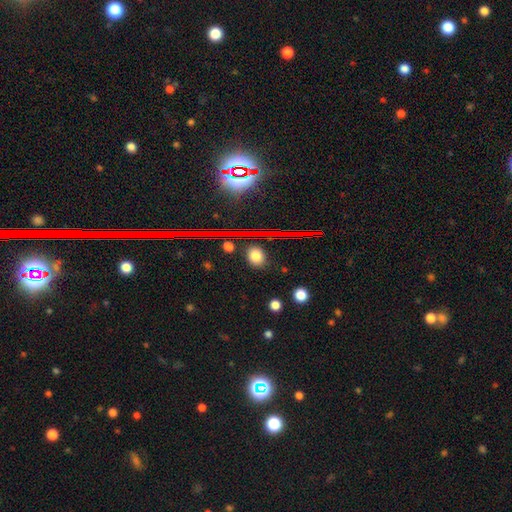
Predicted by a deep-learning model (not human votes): smooth-or-featured: smooth: 74% | star or artifact: 20% | featured or disk: 7%
  how-rounded: round: 56% | in between: 42% | cigar-shaped: 2%
  merging: none: 85% | minor disturbance: 10% | major disturbance: 3% | merger: 3%